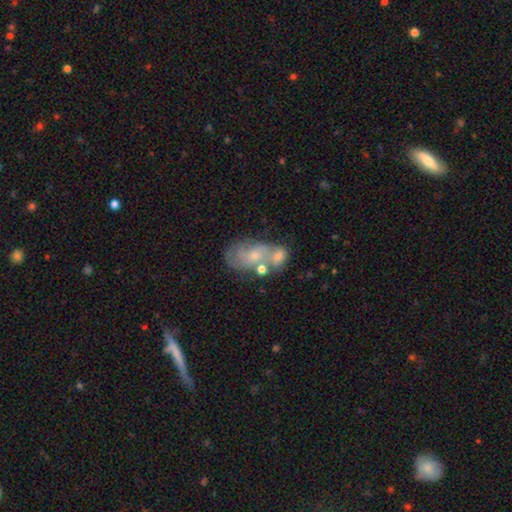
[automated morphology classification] This is possibly a featured or disk galaxy (56%). It is clearly not viewed edge-on (95%). Bar: likely no (77%). Spiral arm pattern: possibly yes (57%). Central bulge: likely small (61%). Merging: marginally merger (40%).